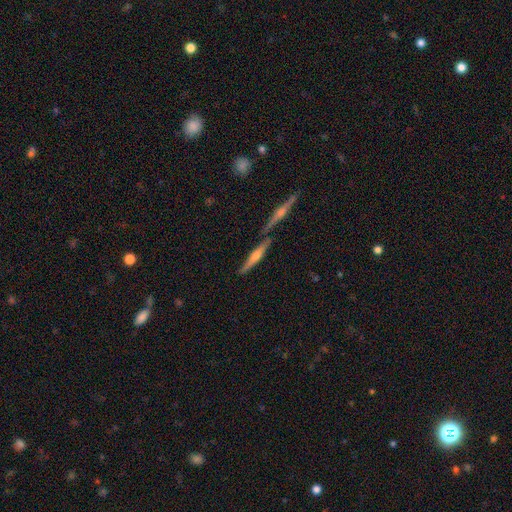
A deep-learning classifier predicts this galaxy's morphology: A featured or disk galaxy (67%) viewed edge-on (95%) with a rounded central bulge (80%). Merging: none (63%).